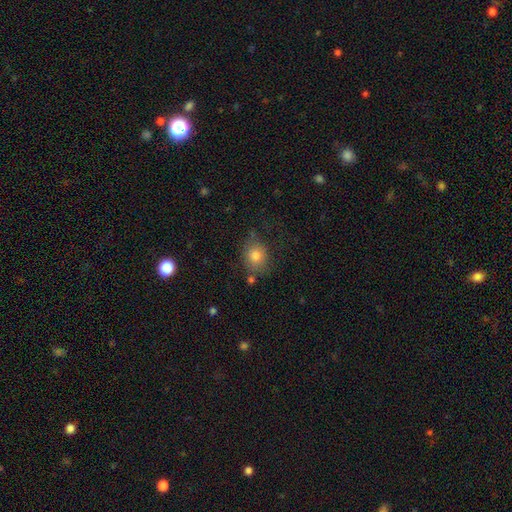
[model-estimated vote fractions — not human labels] smooth-or-featured: smooth: 80% | star or artifact: 11% | featured or disk: 10%
  how-rounded: round: 61% | in between: 38% | cigar-shaped: 1%
  merging: none: 70% | minor disturbance: 19% | major disturbance: 6% | merger: 5%